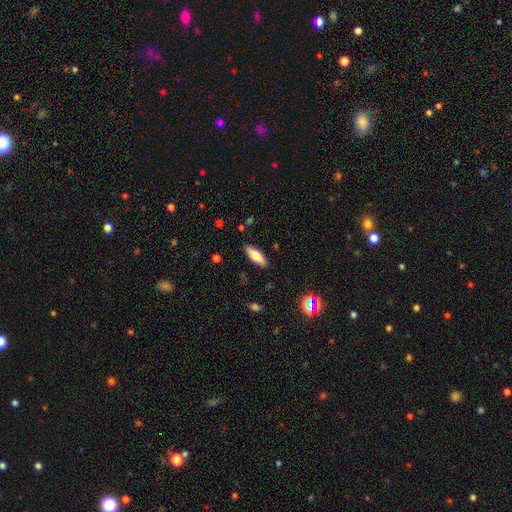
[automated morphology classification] smooth 76%, featured or disk 17%, star or artifact 7%. Down the decision tree: how rounded — in between (62%); merging — none (87%).